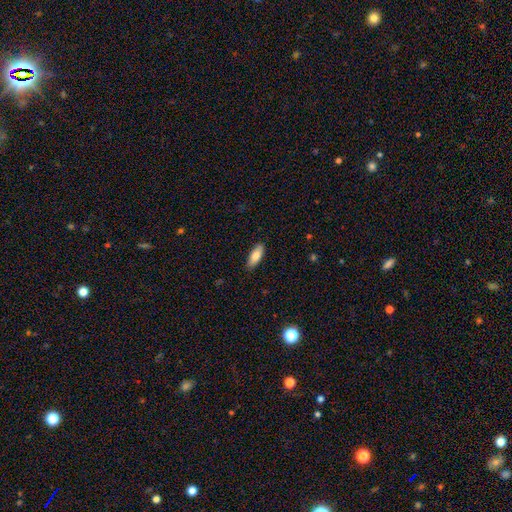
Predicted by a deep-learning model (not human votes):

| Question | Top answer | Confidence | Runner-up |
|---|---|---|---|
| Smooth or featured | smooth | 80% | featured or disk (14%) |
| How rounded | in between | 75% | cigar-shaped (23%) |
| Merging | none | 86% | minor disturbance (11%) |